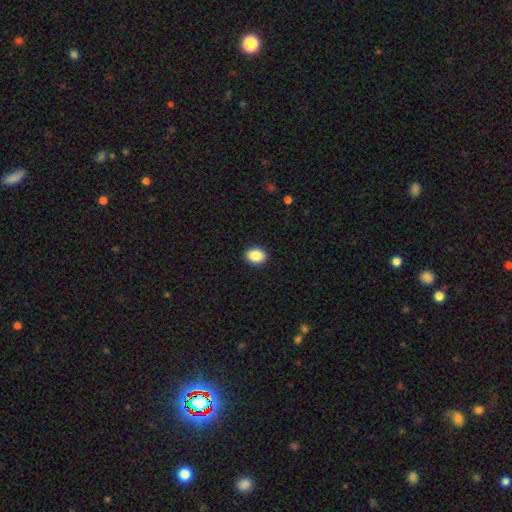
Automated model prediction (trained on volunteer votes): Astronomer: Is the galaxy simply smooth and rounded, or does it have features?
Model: smooth — 88%.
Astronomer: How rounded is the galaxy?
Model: in between — 66%.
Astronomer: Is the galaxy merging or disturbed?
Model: none — 91%.